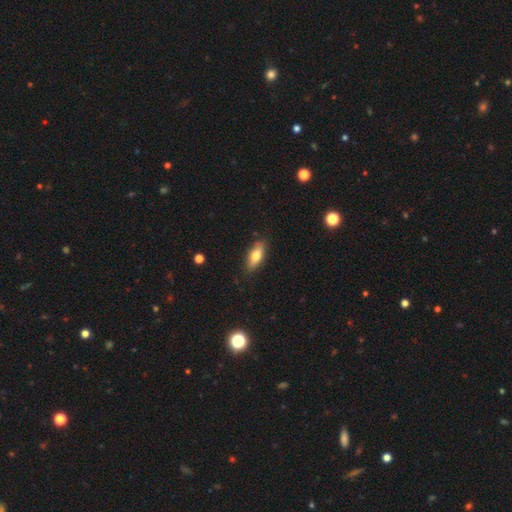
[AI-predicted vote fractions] Overall: smooth (72%). How rounded: in between (73%). Merging: none (85%).